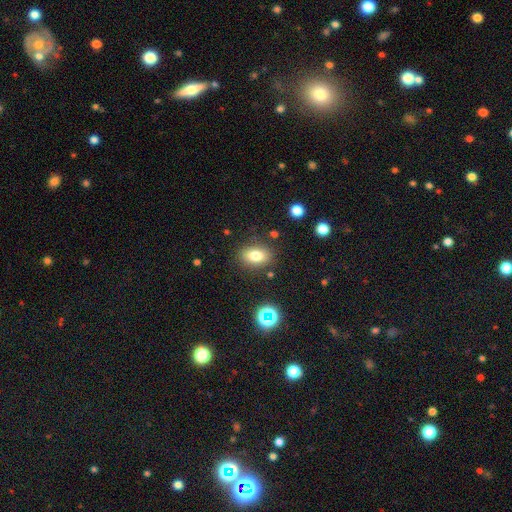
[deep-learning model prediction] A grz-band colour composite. It shows a smooth galaxy with no disk features (78%) that is in between round and cigar-shaped (78%). Merging: none (83%).